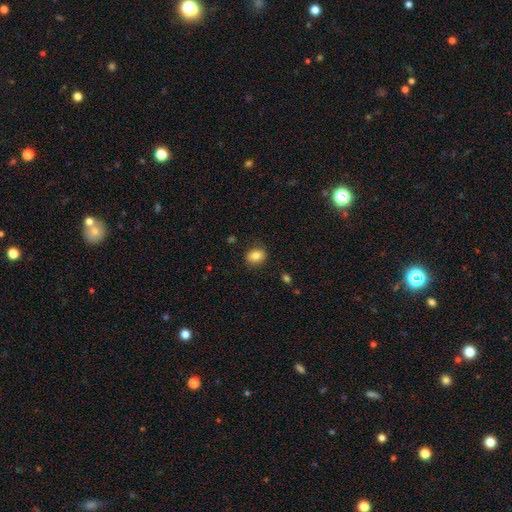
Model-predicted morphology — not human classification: Smooth or featured: smooth — 83% (star or artifact — 9%)
How rounded: round — 52% (in between — 47%)
Merging: none — 85% (minor disturbance — 11%)